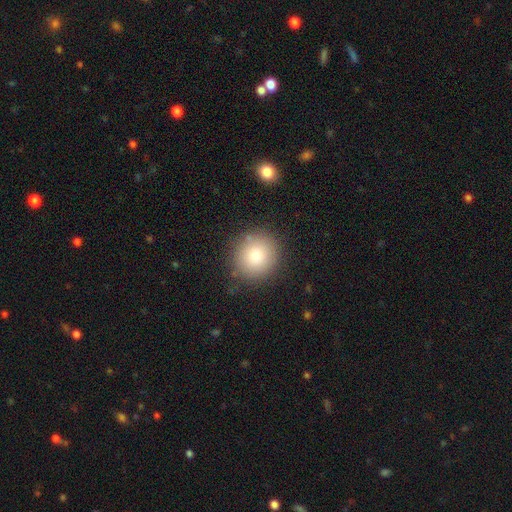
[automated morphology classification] A smooth galaxy with no disk features (80%) that is round (91%).

Vote fractions:
- Smooth or featured? smooth: 80% / star or artifact: 11% / featured or disk: 9%
- How rounded? round: 91% / in between: 8% / cigar-shaped: 1%
- Merging? none: 85% / minor disturbance: 10% / major disturbance: 3% / merger: 2%